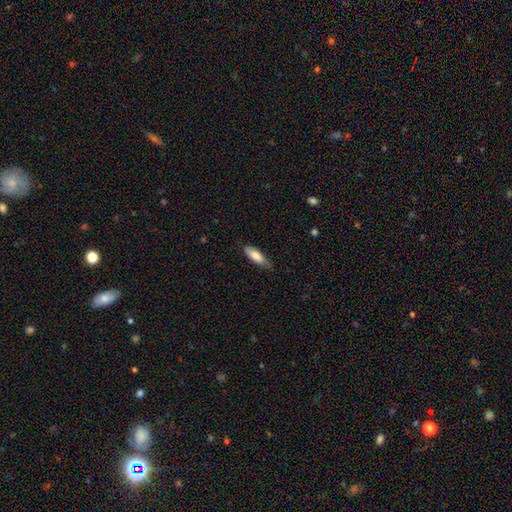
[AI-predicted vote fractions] A smooth galaxy with no disk features (81%) that is in between round and cigar-shaped (61%).

Vote fractions:
- Smooth or featured? smooth: 81% / featured or disk: 14% / star or artifact: 6%
- How rounded? in between: 61% / cigar-shaped: 38% / round: 2%
- Merging? none: 67% / minor disturbance: 27% / major disturbance: 4% / merger: 1%